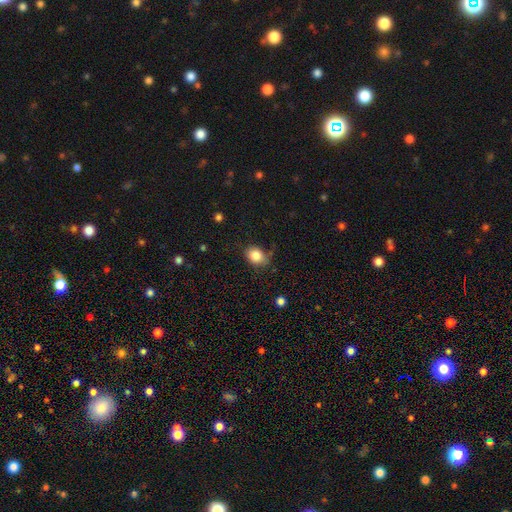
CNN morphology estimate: This is clearly a smooth galaxy (85%). How rounded: possibly in between (58%). Merging: likely none (69%).